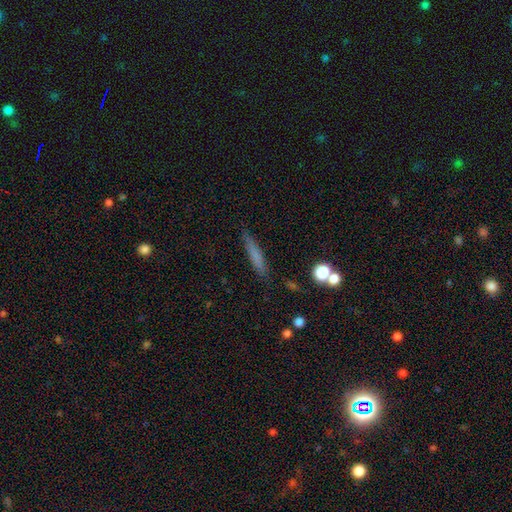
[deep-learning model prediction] smooth 68%, featured or disk 23%, star or artifact 9%. Down the decision tree: how rounded — cigar-shaped (91%); merging — none (83%).